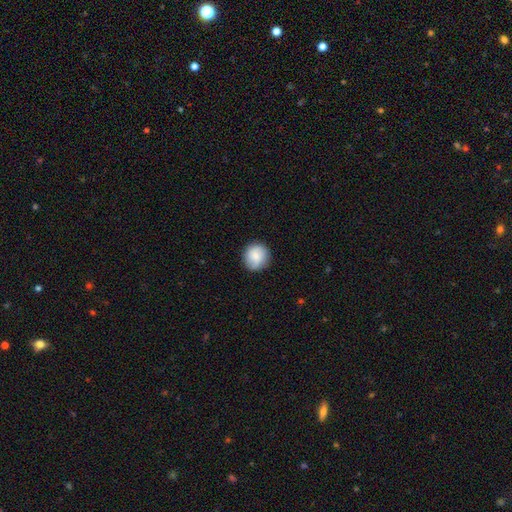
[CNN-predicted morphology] Smooth or featured: smooth — 78% (featured or disk — 15%)
How rounded: round — 91% (in between — 8%)
Merging: none — 85% (minor disturbance — 12%)